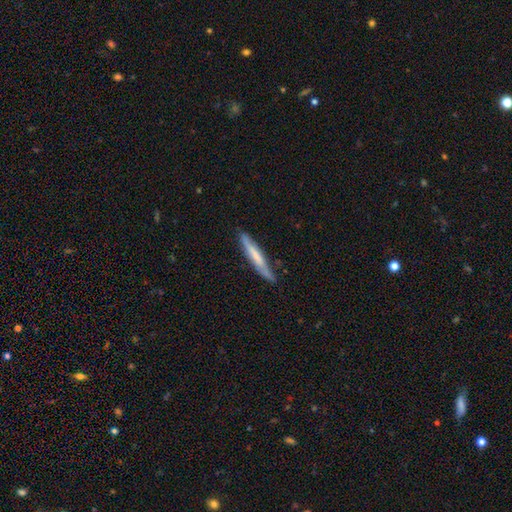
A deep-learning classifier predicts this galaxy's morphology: The model was most divided on "smooth or featured": smooth: 52%, featured or disk: 43%, star or artifact: 6%. More confident: how rounded — cigar-shaped (94%); merging — none (77%).